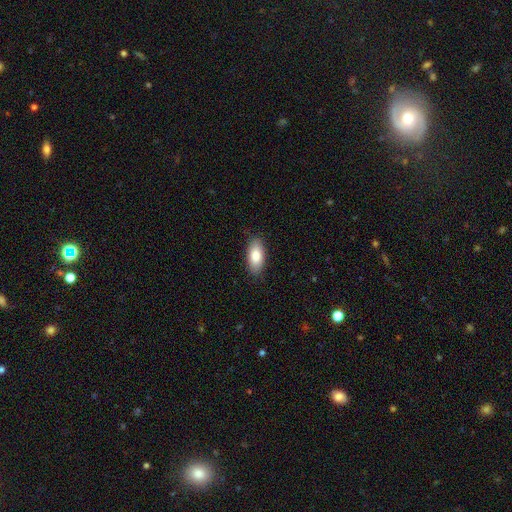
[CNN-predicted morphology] Smooth or featured? smooth (83%)
How rounded? in between (89%)
Merging? none (87%)